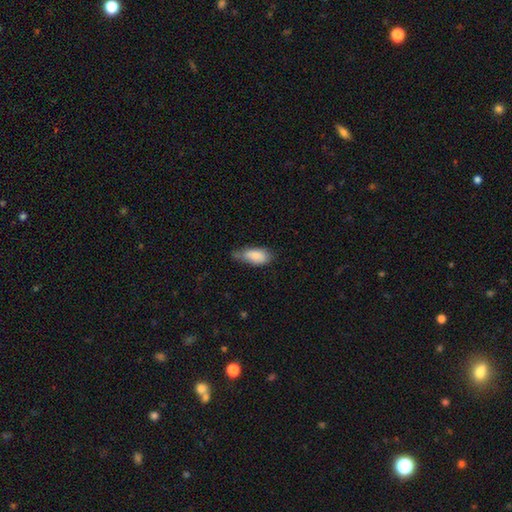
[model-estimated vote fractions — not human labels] This appears to be a smooth galaxy with no disk features (83%) that is in between round and cigar-shaped (88%). Merging: none (44%).